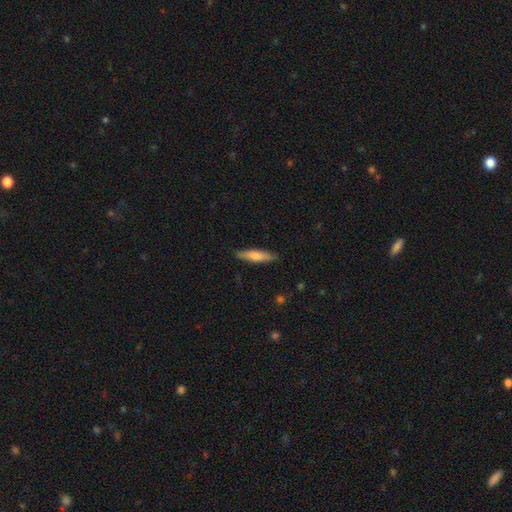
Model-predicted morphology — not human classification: The model was most divided on "smooth or featured": smooth: 70%, featured or disk: 25%, star or artifact: 5%. More confident: merging — none (87%); how rounded — cigar-shaped (77%).